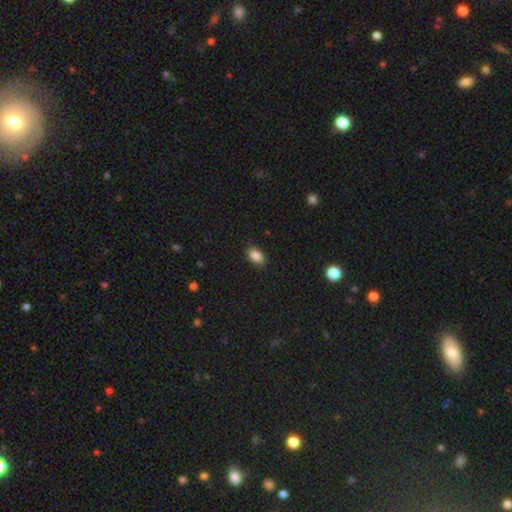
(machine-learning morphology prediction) A smooth galaxy with no disk features (87%) that is in between round and cigar-shaped (89%). Merging: none (87%).